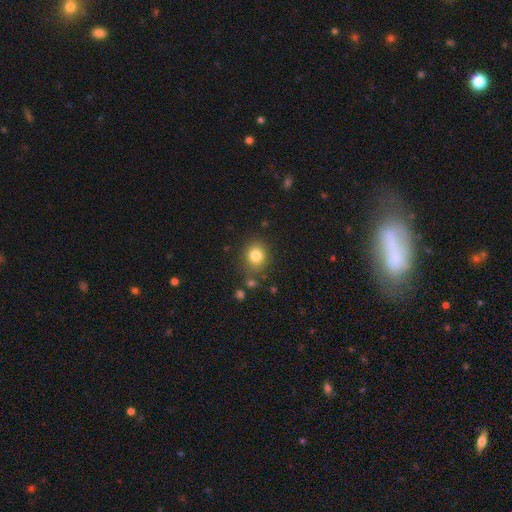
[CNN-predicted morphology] smooth_or_featured: smooth (p=0.82) [alt: star or artifact p=0.11]
how_rounded: round (p=0.75) [alt: in between p=0.24]
merging: none (p=0.80) [alt: minor disturbance p=0.12]